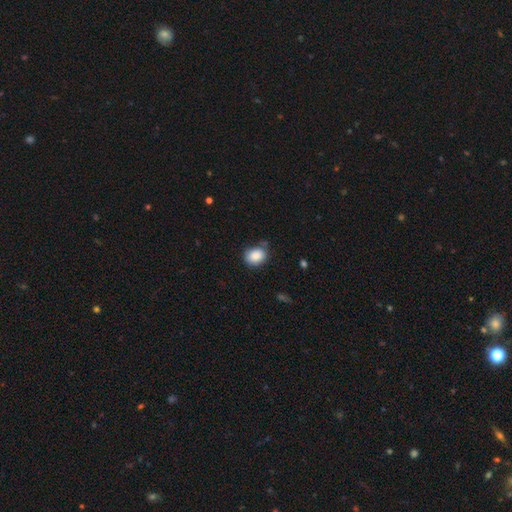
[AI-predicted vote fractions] The model was most divided on "how rounded": in between: 52%, round: 47%, cigar-shaped: 1%. More confident: smooth or featured — smooth (87%); merging — none (73%).